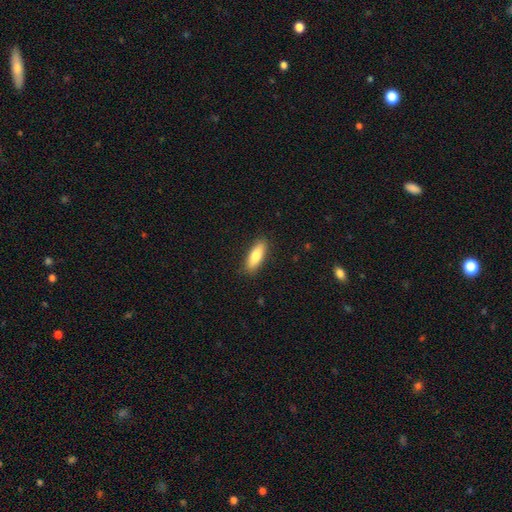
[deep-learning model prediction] Smooth or featured? Predicted: smooth (p=0.81). How rounded? Predicted: in between (p=0.58). Merging? Predicted: none (p=0.88).